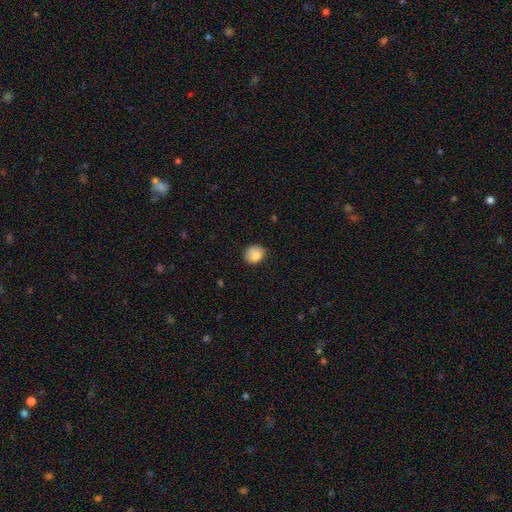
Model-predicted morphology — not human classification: Smooth or featured? smooth (80%)
How rounded? round (67%)
Merging? none (72%)